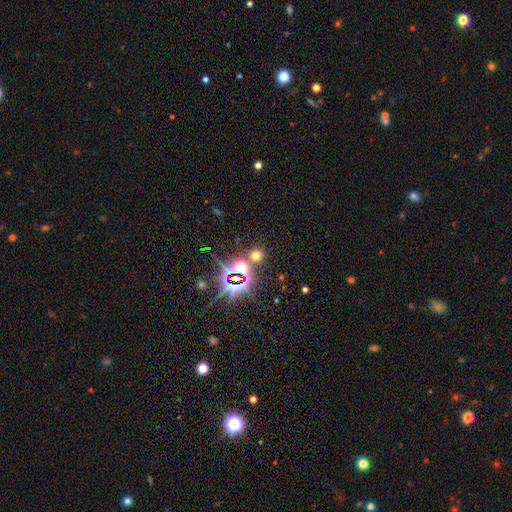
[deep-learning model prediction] This appears to be a smooth galaxy with no disk features (50%). Merging: none (83%).